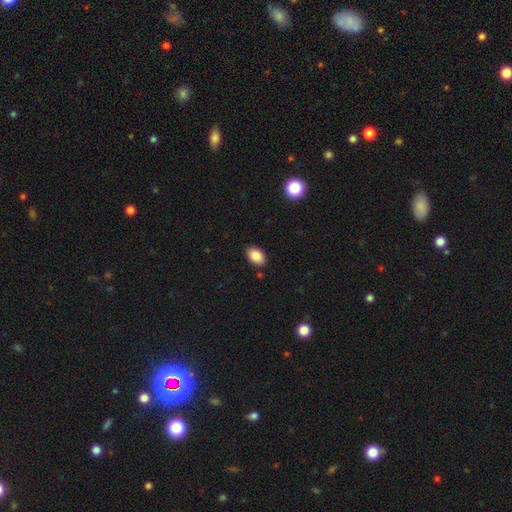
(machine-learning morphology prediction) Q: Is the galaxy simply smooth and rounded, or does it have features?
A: smooth — 86%.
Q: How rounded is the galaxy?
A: in between — 88%.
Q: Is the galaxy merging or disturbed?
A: none — 88%.